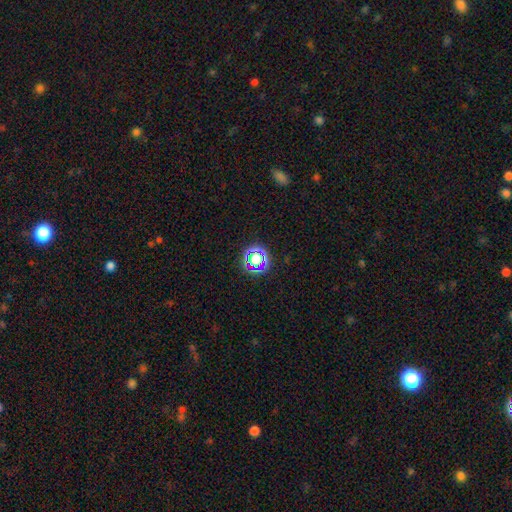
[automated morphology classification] smooth-or-featured: star or artifact: 54% | smooth: 35% | featured or disk: 12%